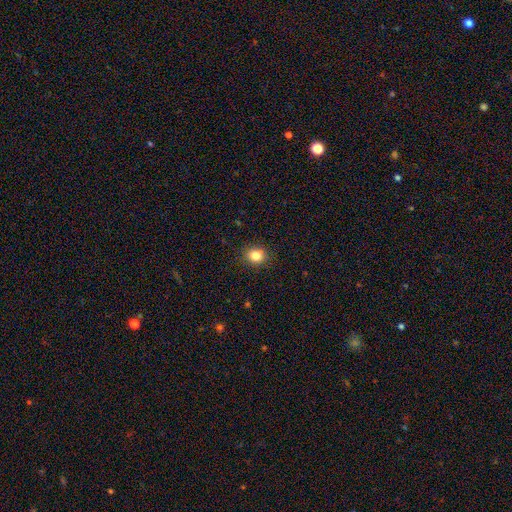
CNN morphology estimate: Smooth or featured?
  - smooth: 84% *
  - star or artifact: 11%
  - featured or disk: 6%
How rounded?
  - round: 69% *
  - in between: 30%
  - cigar-shaped: 1%
Merging?
  - none: 89% *
  - minor disturbance: 8%
  - major disturbance: 2%
  - merger: 1%